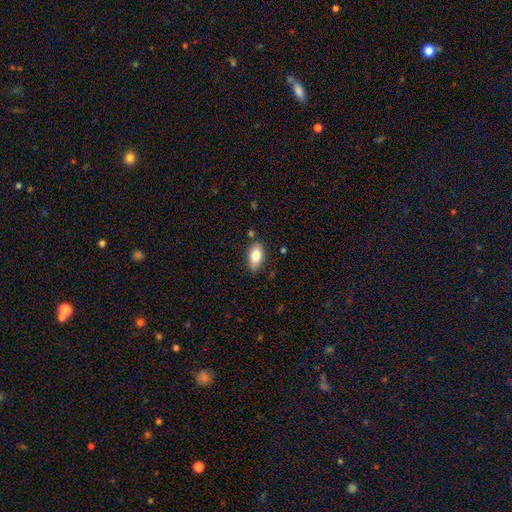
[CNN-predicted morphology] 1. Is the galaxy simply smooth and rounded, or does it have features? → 83% smooth, 10% featured or disk, 7% star or artifact.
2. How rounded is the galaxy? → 92% in between, 6% round, 3% cigar-shaped.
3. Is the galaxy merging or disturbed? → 80% none, 15% minor disturbance, 3% major disturbance, 3% merger.